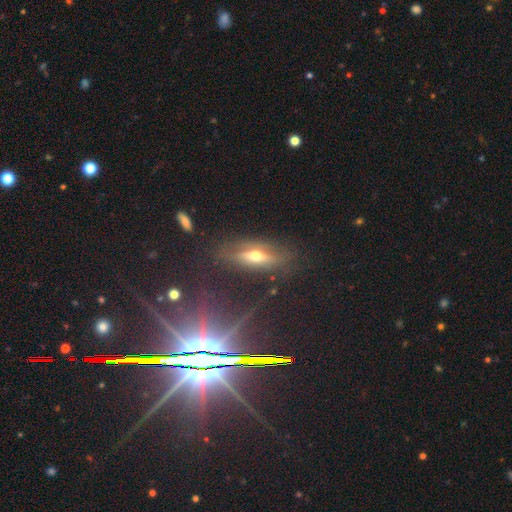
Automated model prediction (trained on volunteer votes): The model was most divided on "smooth or featured": featured or disk: 50%, smooth: 37%, star or artifact: 14%. More confident: merging — none (77%).